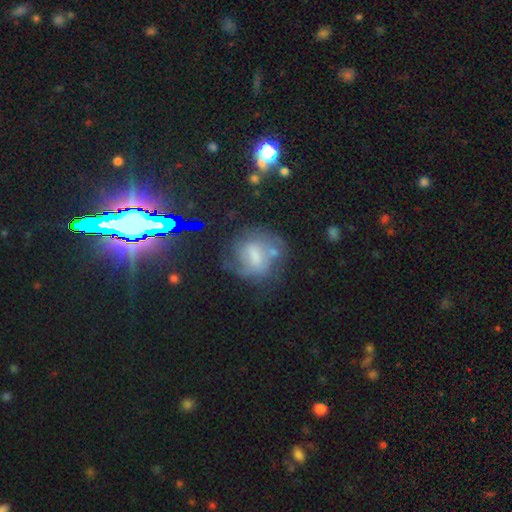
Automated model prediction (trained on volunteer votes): Overall: featured or disk (57%; smooth 29%). Edge-on disk: no (97%). Bar: weak (48%; no 31%). Spiral arms: yes (76%). Bulge size: moderate (35%; small 24%). Merging: none (51%; minor disturbance 22%).